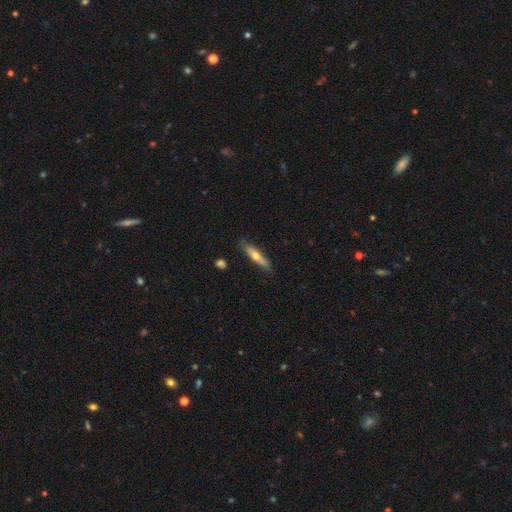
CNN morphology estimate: A smooth galaxy with no disk features (51%) that is cigar-shaped (82%).

Vote fractions:
- Smooth or featured? smooth: 51% / featured or disk: 43% / star or artifact: 6%
- How rounded? cigar-shaped: 82% / in between: 16% / round: 2%
- Merging? none: 84% / minor disturbance: 12% / major disturbance: 2% / merger: 2%